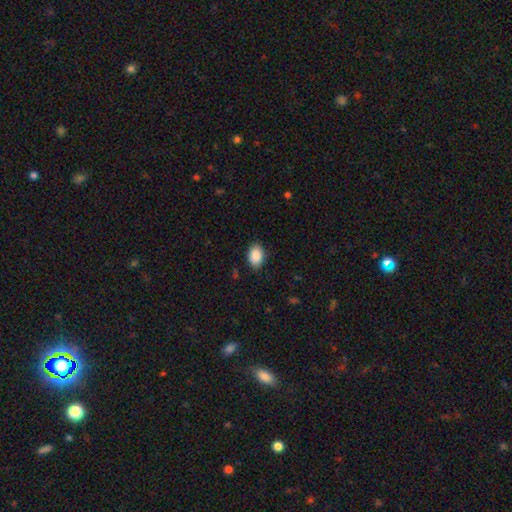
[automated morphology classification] Smooth or featured? smooth (90%)
How rounded? in between (83%)
Merging? none (84%)